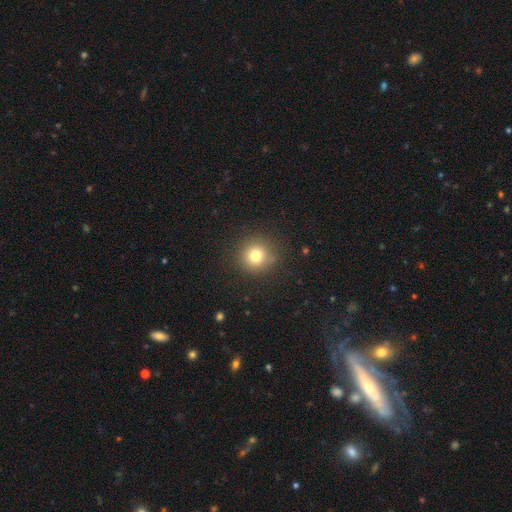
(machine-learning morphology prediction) smooth_or_featured: smooth (p=0.78) [alt: star or artifact p=0.14]
how_rounded: round (p=0.93) [alt: in between p=0.06]
merging: none (p=0.86) [alt: minor disturbance p=0.09]